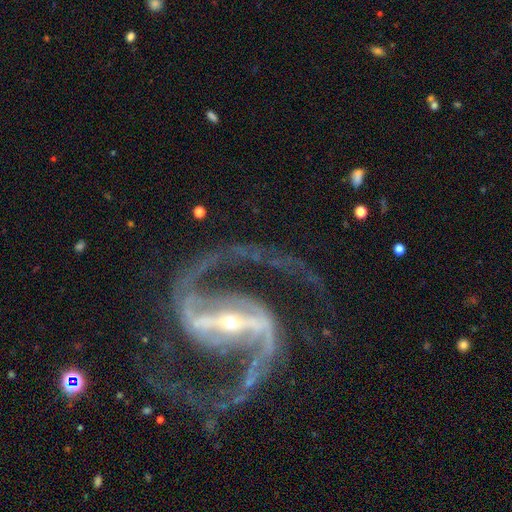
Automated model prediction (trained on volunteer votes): Q: Smooth or featured?
A: featured or disk (94%); runner-up: star or artifact (5%)
Q: Edge-on disk?
A: no (98%); runner-up: yes (2%)
Q: Bar?
A: strong (82%); runner-up: weak (13%)
Q: Spiral arms?
A: yes (99%); runner-up: no (1%)
Q: Spiral winding?
A: medium (62%); runner-up: loose (25%)
Q: Spiral arm count?
A: 2 (94%); runner-up: 3 (1%)
Q: Bulge size?
A: small (78%); runner-up: moderate (18%)
Q: Merging?
A: none (77%); runner-up: major disturbance (11%)